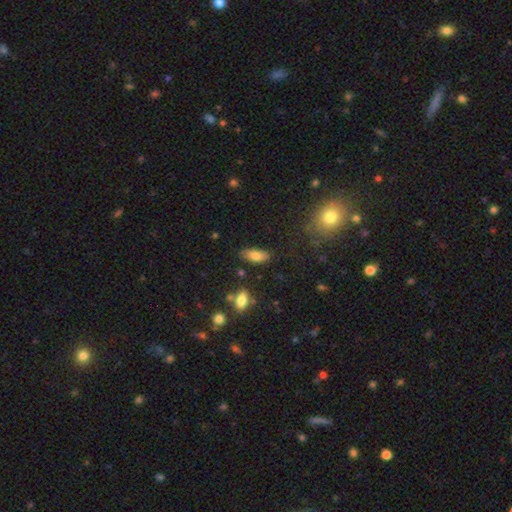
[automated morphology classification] Overall: smooth (78%). How rounded: in between (86%). Merging: none (75%).